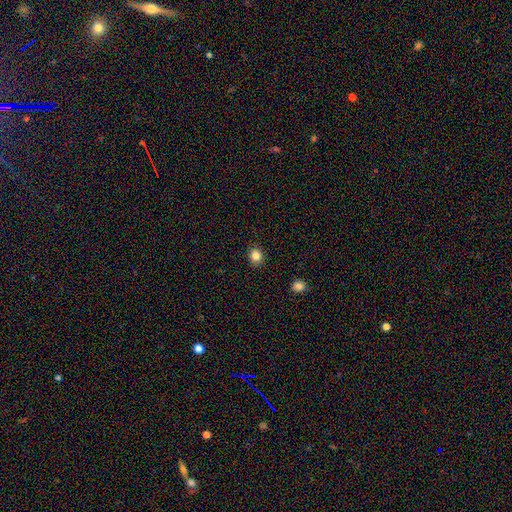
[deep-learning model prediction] smooth 84%, star or artifact 11%, featured or disk 5%. Down the decision tree: how rounded — round (70%); merging — none (91%).